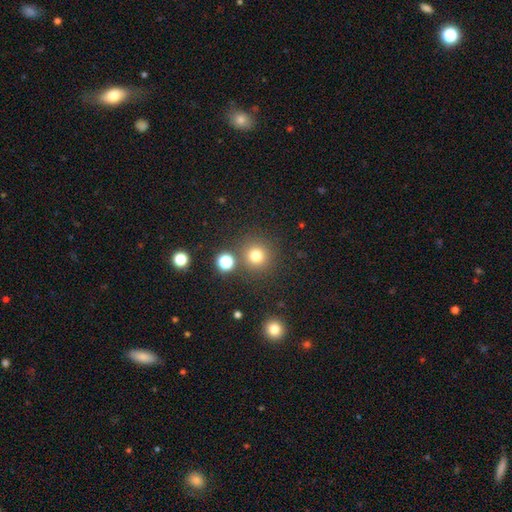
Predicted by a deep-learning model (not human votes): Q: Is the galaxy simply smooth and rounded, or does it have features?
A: smooth — 76%.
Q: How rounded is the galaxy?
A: round — 94%.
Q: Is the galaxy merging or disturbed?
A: none — 83%.